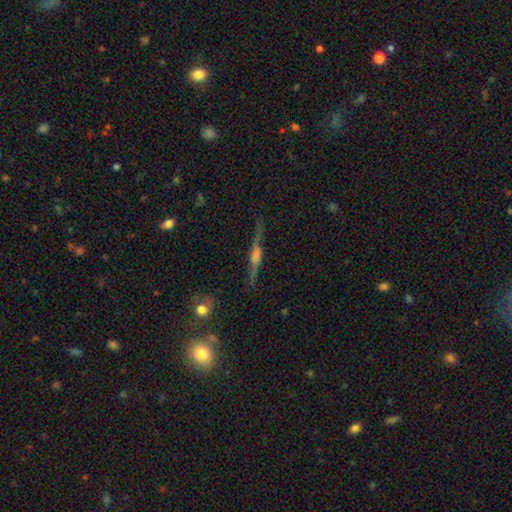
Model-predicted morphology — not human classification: A featured or disk galaxy (77%) viewed edge-on (97%) with a rounded central bulge (63%).

Vote fractions:
- Smooth or featured? featured or disk: 77% / smooth: 14% / star or artifact: 9%
- Edge-on disk? yes: 97% / no: 3%
- Edge-on bulge? rounded: 63% / boxy: 28% / none: 9%
- Merging? none: 83% / minor disturbance: 11% / major disturbance: 4% / merger: 2%